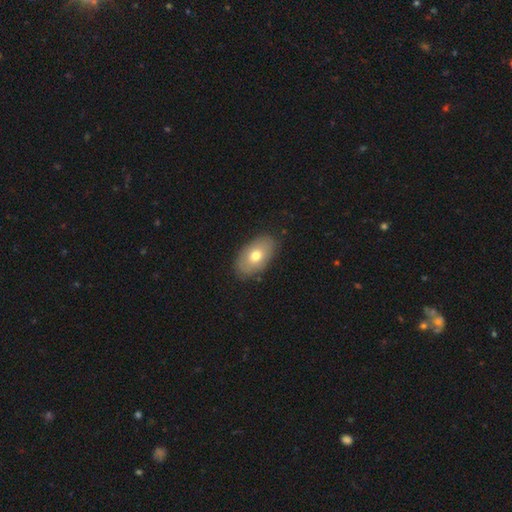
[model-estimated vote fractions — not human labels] smooth 69%, featured or disk 24%, star or artifact 7%. Down the decision tree: how rounded — in between (92%); merging — none (85%).